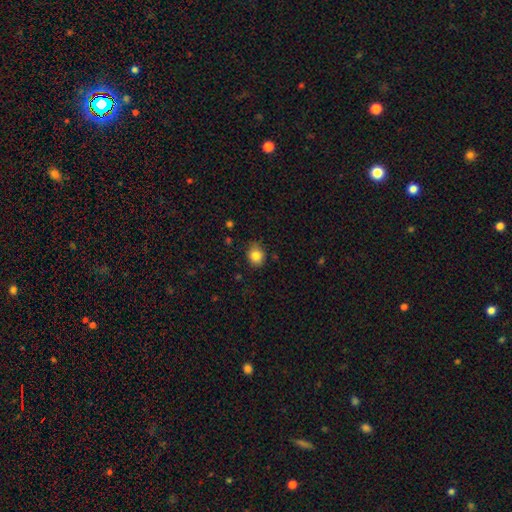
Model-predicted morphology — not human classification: Smooth or featured: smooth — 85% (star or artifact — 10%)
How rounded: round — 66% (in between — 33%)
Merging: none — 77% (minor disturbance — 18%)